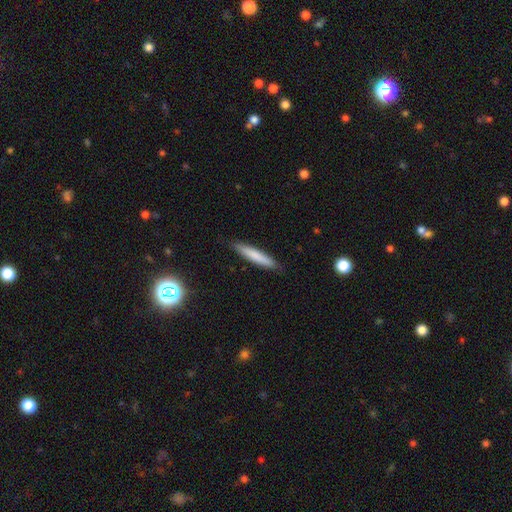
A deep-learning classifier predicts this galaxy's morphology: This appears to be a smooth galaxy with no disk features (76%) that is cigar-shaped (92%). Merging: none (87%).